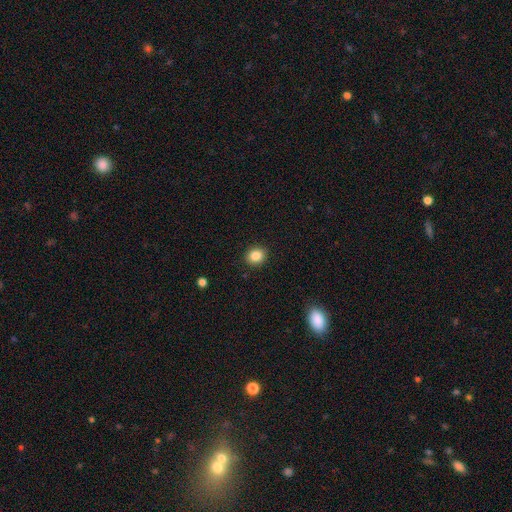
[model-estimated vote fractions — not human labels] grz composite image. It shows a smooth galaxy with no disk features (85%) that is round (72%). Merging: none (90%).